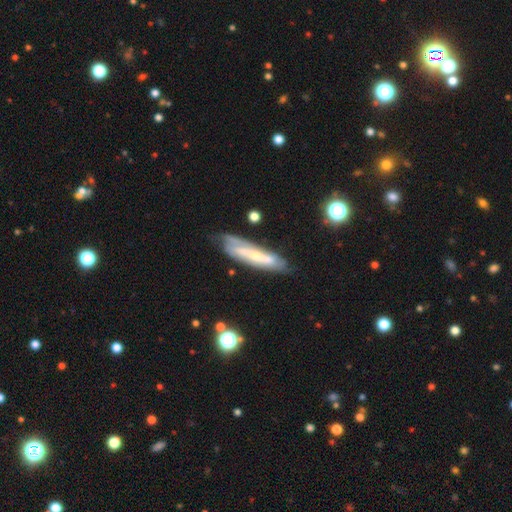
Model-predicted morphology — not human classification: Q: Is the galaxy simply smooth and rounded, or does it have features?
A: featured or disk — 64%.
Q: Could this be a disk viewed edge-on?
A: no — 56%.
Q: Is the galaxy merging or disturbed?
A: none — 65%.